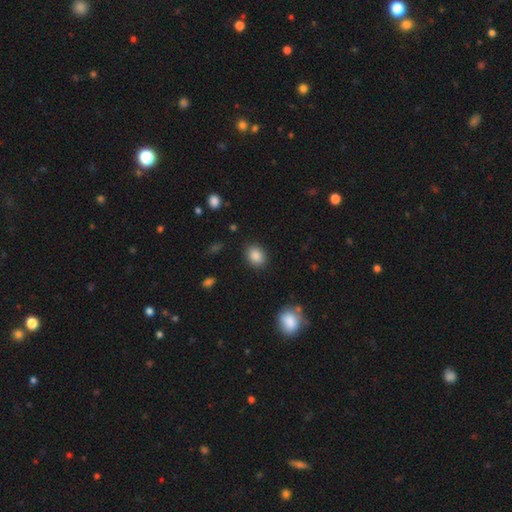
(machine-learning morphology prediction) A smooth galaxy with no disk features (87%) that is in between round and cigar-shaped (62%). Merging: none (86%).